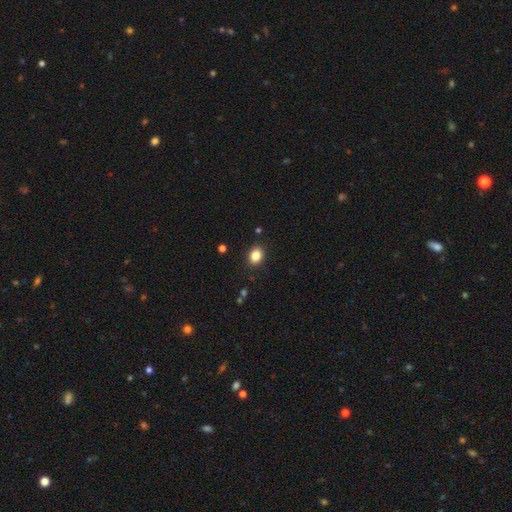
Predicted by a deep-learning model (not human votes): Smooth or featured: smooth — 85% (star or artifact — 10%)
How rounded: in between — 66% (round — 33%)
Merging: none — 88% (minor disturbance — 8%)